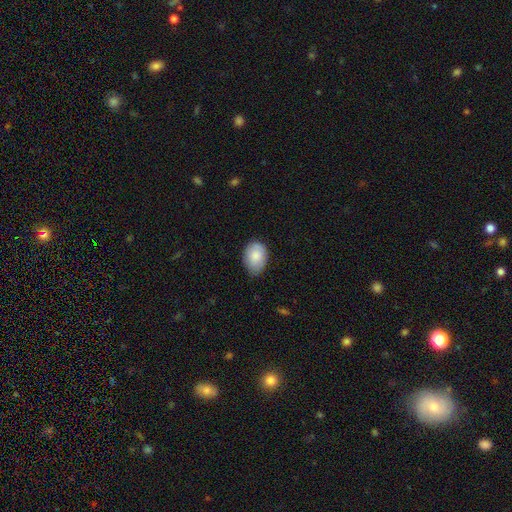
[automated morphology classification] Smooth or featured?
  - smooth: 84% *
  - featured or disk: 10%
  - star or artifact: 6%
How rounded?
  - in between: 79% *
  - round: 20%
  - cigar-shaped: 1%
Merging?
  - none: 70% *
  - minor disturbance: 25%
  - major disturbance: 4%
  - merger: 1%